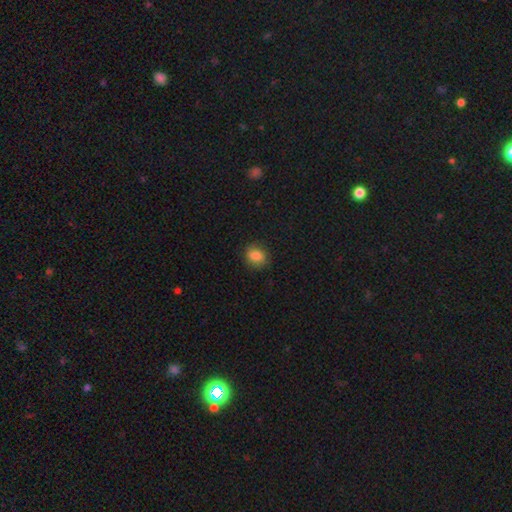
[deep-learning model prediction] smooth 84%, star or artifact 9%, featured or disk 6%. Down the decision tree: how rounded — round (67%); merging — none (85%).